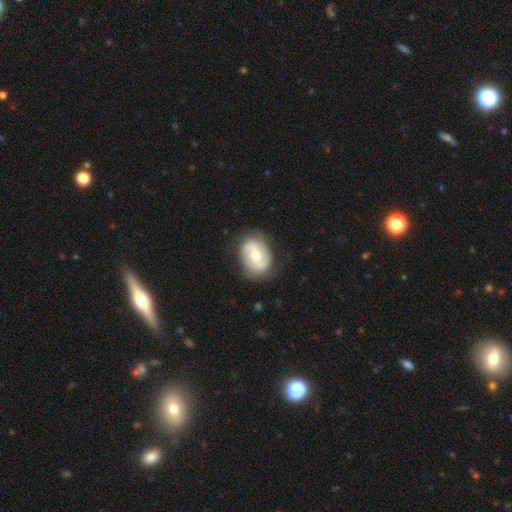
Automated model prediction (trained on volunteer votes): Smooth or featured? featured or disk (58%)
Edge-on disk? no (96%)
Bar? weak (40%)
Spiral arms? yes (52%)
Bulge size? moderate (73%)
Merging? none (77%)